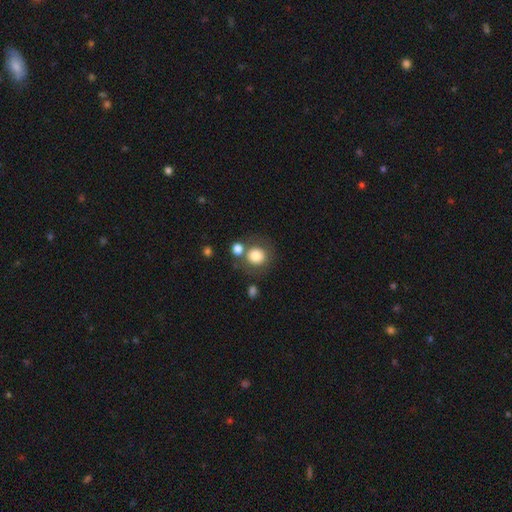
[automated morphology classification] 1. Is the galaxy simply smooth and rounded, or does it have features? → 79% smooth, 11% star or artifact, 10% featured or disk.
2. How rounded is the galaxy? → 89% round, 10% in between, 1% cigar-shaped.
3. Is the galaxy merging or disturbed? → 67% none, 17% merger, 11% minor disturbance, 5% major disturbance.